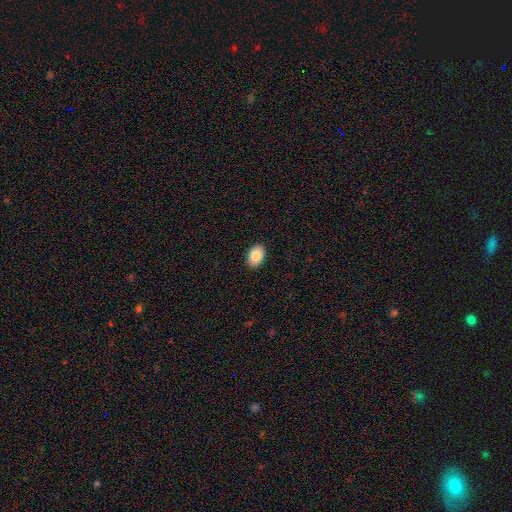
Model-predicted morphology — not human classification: This is clearly a smooth galaxy (85%). How rounded: clearly in between (85%). Merging: clearly none (90%).